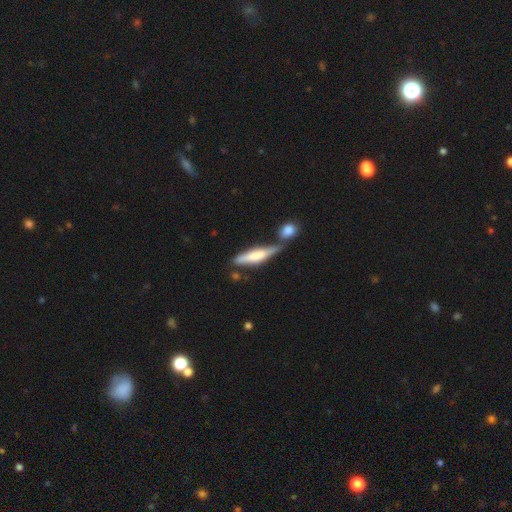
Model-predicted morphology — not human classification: Overall: smooth (59%; featured or disk 34%). How rounded: cigar-shaped (76%). Merging: none (43%; merger 32%).